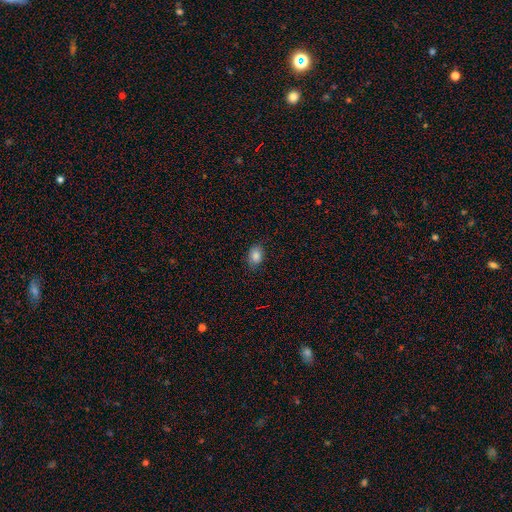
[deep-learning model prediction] Morphology: type=smooth (84%); roundness=in between (78%); merging=none (80%).